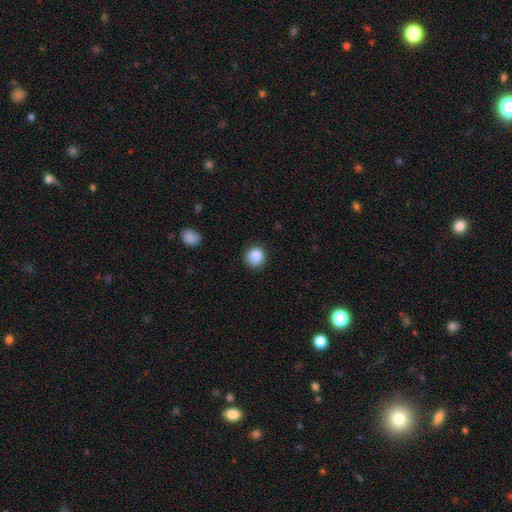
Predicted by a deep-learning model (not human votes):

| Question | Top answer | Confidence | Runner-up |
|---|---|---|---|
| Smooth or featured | smooth | 88% | star or artifact (9%) |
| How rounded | round | 90% | in between (10%) |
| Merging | none | 82% | minor disturbance (14%) |